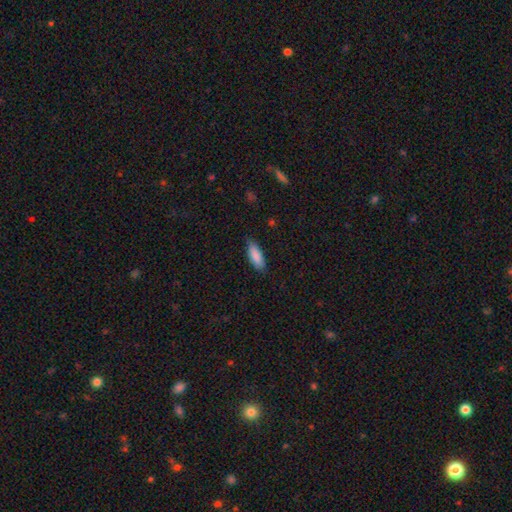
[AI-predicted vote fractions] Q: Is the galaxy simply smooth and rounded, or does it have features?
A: smooth — 88%.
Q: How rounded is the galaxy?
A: in between — 67%.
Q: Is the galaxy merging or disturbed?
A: none — 81%.